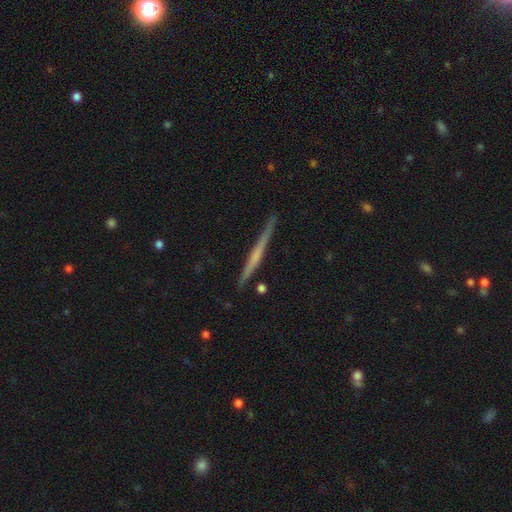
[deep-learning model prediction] Morphology: type=featured or disk (65%); edge-on=yes (98%); edge-on bulge=none (61%); merging=none (88%).